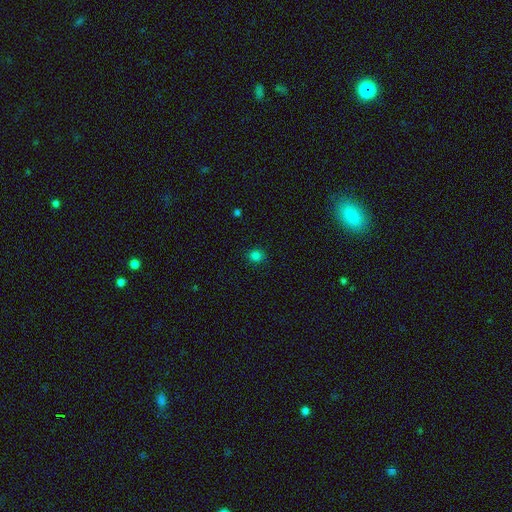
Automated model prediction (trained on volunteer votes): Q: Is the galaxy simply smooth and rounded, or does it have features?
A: smooth — 81%.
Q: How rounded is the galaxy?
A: round — 82%.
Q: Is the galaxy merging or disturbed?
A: none — 90%.